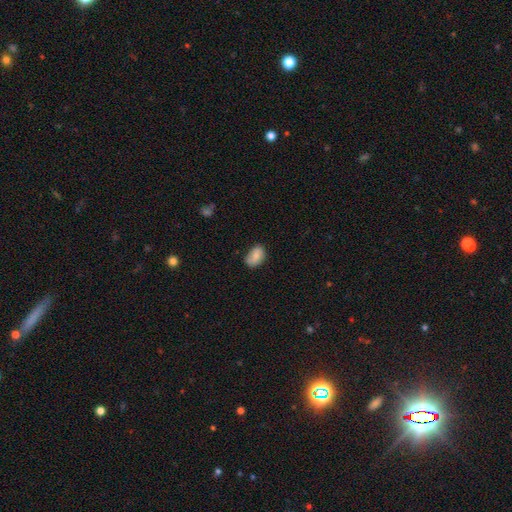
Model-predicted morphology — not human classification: smooth 74%, featured or disk 19%, star or artifact 8%. Down the decision tree: how rounded — in between (84%); merging — none (69%).